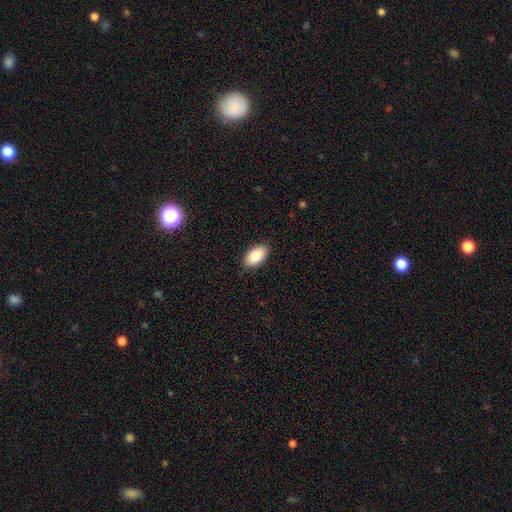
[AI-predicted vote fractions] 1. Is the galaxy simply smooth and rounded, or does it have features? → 84% smooth, 9% featured or disk, 7% star or artifact.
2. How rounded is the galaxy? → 94% in between, 4% round, 1% cigar-shaped.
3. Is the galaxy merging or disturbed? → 88% none, 9% minor disturbance, 2% major disturbance, 1% merger.